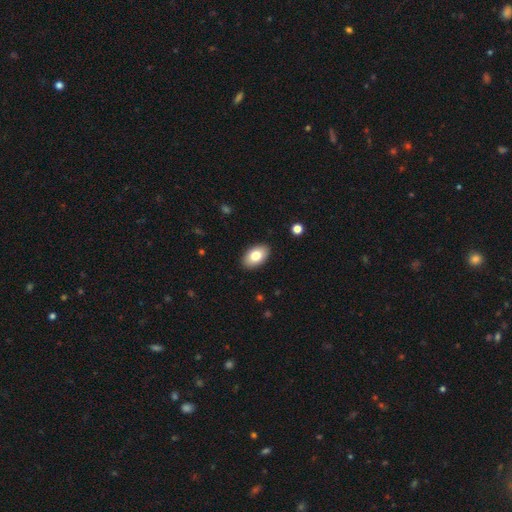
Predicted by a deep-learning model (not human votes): smooth-or-featured: smooth: 80% | featured or disk: 13% | star or artifact: 7%
  how-rounded: in between: 92% | round: 6% | cigar-shaped: 1%
  merging: none: 89% | minor disturbance: 8% | major disturbance: 2% | merger: 1%